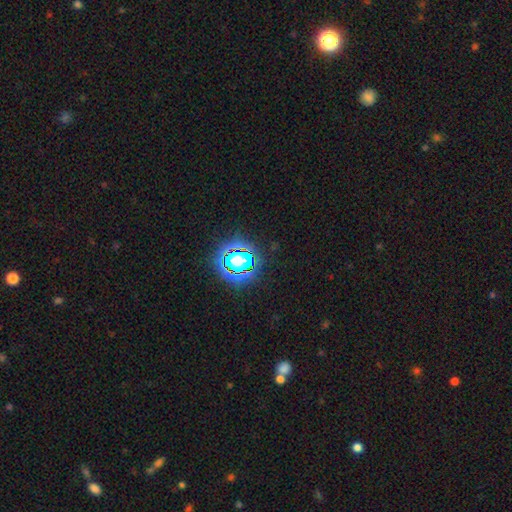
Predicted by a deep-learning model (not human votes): Q: Smooth or featured?
A: star or artifact (79%); runner-up: smooth (13%)